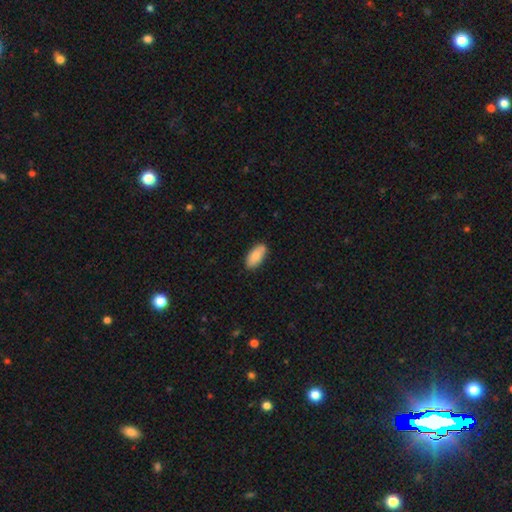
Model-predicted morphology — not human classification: Overall: smooth (87%). How rounded: in between (90%). Merging: none (81%).